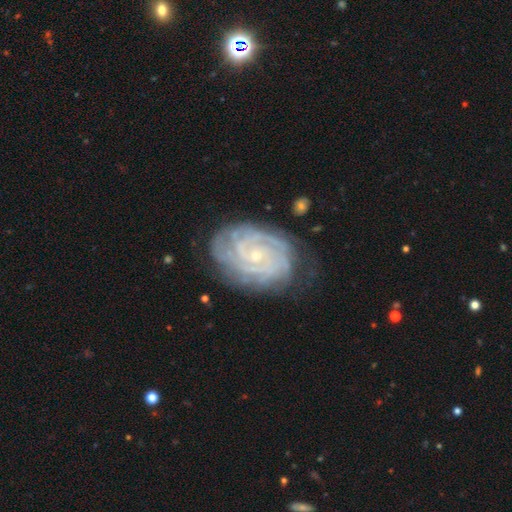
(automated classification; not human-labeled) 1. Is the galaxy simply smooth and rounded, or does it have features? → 88% featured or disk, 7% smooth, 6% star or artifact.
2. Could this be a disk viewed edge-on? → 97% no, 3% yes.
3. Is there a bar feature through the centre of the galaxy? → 71% no, 23% weak, 6% strong.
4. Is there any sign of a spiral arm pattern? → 97% yes, 3% no.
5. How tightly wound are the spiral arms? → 80% tight, 17% medium, 3% loose.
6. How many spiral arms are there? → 27% can't tell, 20% 2, 19% 4, 18% 3, 9% more than 4, 6% 1.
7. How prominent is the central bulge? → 80% small, 17% moderate, 1% none, 1% large, 1% dominant.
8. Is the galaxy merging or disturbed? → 73% none, 19% minor disturbance, 7% major disturbance, 2% merger.